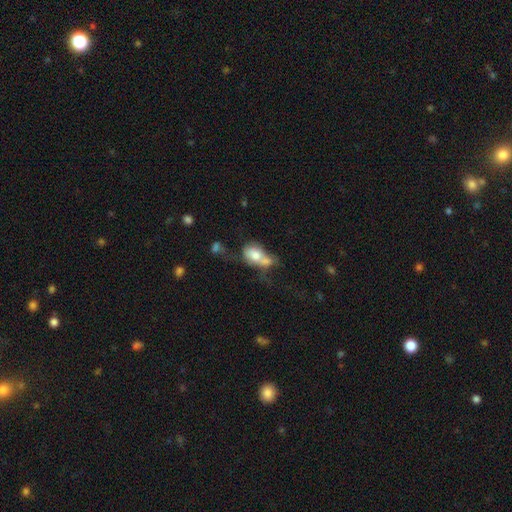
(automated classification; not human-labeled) Smooth or featured? smooth (63%)
How rounded? in between (74%)
Merging? merger (55%)